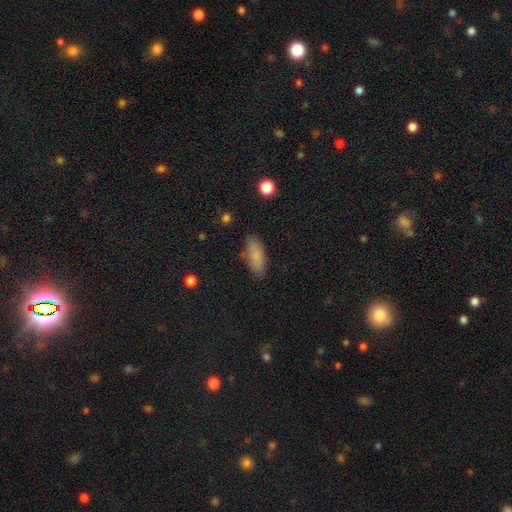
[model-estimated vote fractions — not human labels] smooth-or-featured: smooth: 84% | star or artifact: 8% | featured or disk: 8%
  how-rounded: in between: 79% | cigar-shaped: 19% | round: 2%
  merging: none: 81% | minor disturbance: 14% | major disturbance: 3% | merger: 2%